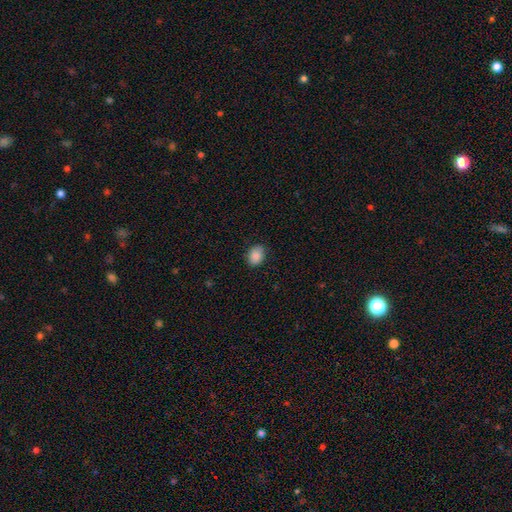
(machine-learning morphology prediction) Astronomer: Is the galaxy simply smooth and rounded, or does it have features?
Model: smooth — 88%.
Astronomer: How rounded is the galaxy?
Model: in between — 67%.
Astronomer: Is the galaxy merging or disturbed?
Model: none — 85%.